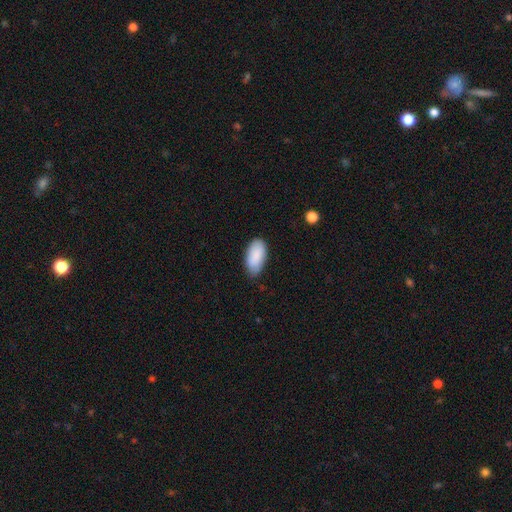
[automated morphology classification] smooth_or_featured: smooth (p=0.89) [alt: star or artifact p=0.06]
how_rounded: in between (p=0.94) [alt: cigar-shaped p=0.04]
merging: none (p=0.76) [alt: minor disturbance p=0.19]